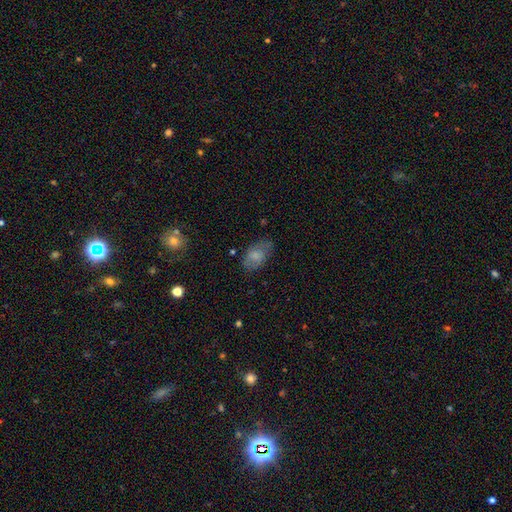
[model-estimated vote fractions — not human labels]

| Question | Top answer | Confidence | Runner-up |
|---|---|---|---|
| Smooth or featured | smooth | 70% | featured or disk (22%) |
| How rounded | in between | 91% | round (7%) |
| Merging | none | 62% | minor disturbance (26%) |